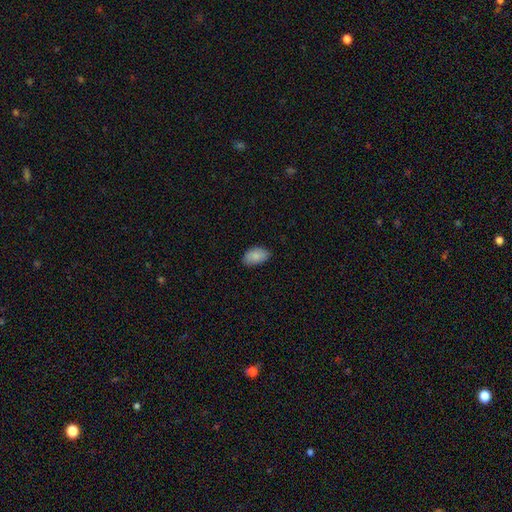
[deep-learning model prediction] Morphology: type=smooth (88%); roundness=in between (93%); merging=none (80%).